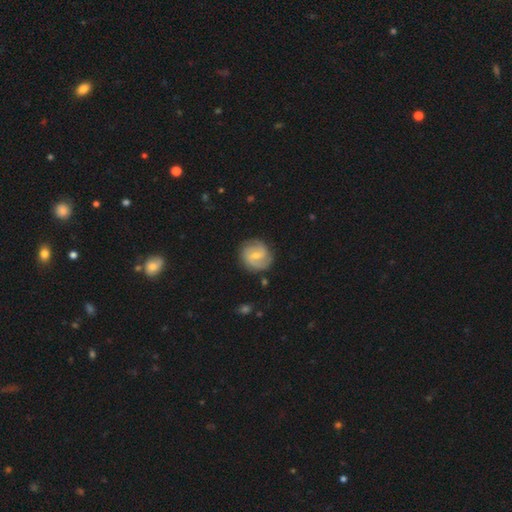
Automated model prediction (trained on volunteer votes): Smooth or featured? featured or disk (78%)
Edge-on disk? no (98%)
Bar? weak (56%)
Spiral arms? yes (94%)
Spiral winding? tight (45%)
Spiral arm count? 2 (70%)
Bulge size? small (52%)
Merging? none (83%)